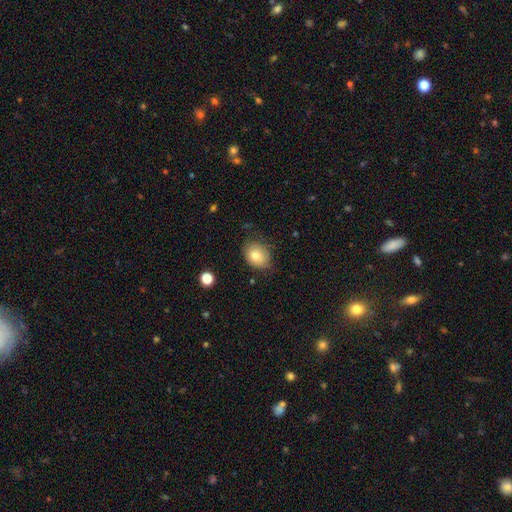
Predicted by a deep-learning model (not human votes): This is clearly a smooth galaxy (81%). How rounded: likely in between (60%). Merging: likely none (72%).